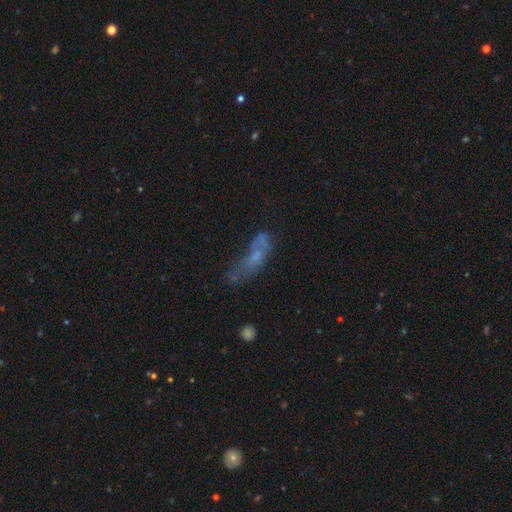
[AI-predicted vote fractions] smooth 48%, featured or disk 36%, star or artifact 16%. Down the decision tree: merging — none (30%).